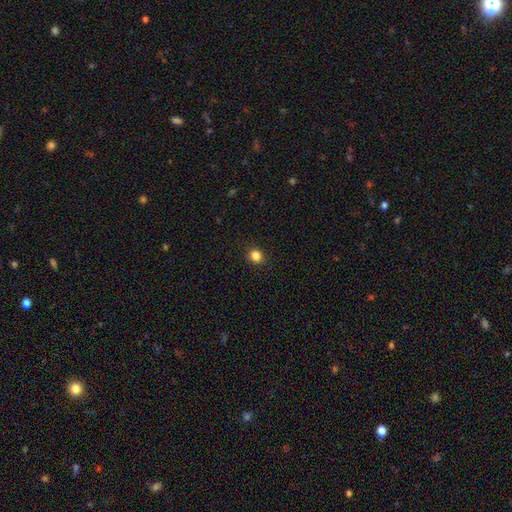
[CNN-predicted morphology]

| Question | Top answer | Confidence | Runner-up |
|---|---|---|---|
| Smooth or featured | smooth | 84% | star or artifact (12%) |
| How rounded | round | 84% | in between (15%) |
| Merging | none | 91% | minor disturbance (7%) |